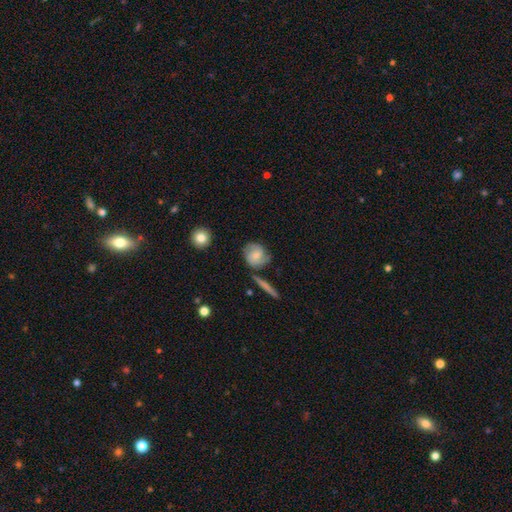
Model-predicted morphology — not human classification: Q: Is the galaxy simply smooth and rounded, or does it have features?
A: featured or disk — 48%.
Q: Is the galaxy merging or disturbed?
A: none — 65%.